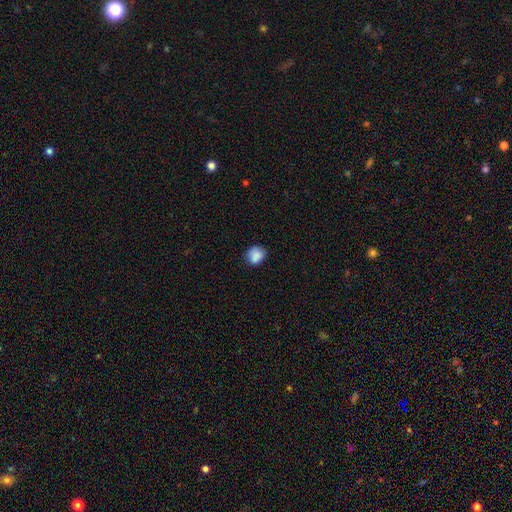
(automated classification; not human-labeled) smooth-or-featured: smooth: 83% | star or artifact: 9% | featured or disk: 8%
  how-rounded: round: 65% | in between: 34% | cigar-shaped: 1%
  merging: none: 65% | minor disturbance: 24% | major disturbance: 5% | merger: 5%